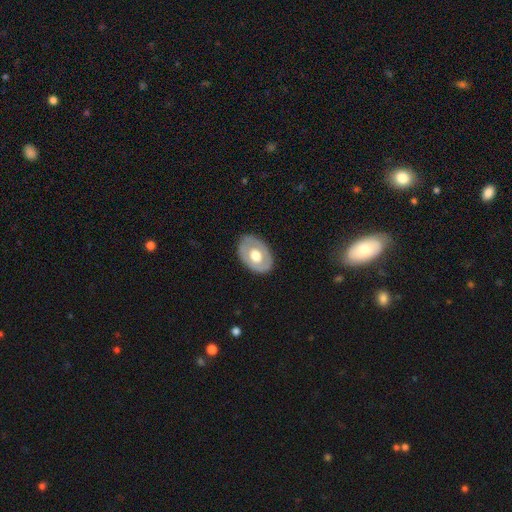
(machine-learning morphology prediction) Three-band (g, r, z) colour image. It shows a featured or disk galaxy (49%). Merging: none (80%).